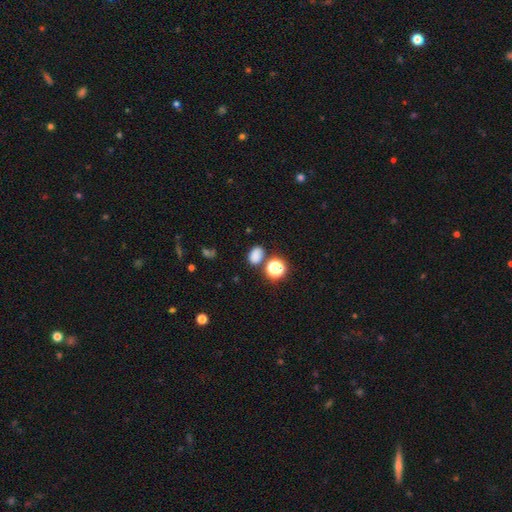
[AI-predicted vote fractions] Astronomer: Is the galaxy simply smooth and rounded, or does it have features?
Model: smooth — 77%.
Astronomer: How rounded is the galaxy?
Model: in between — 68%.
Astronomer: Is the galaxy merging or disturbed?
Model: none — 73%.